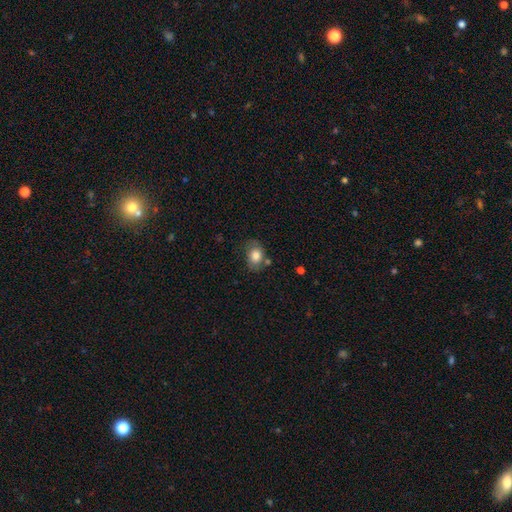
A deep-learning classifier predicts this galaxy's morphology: A smooth galaxy with no disk features (80%) that is in between round and cigar-shaped (62%).

Vote fractions:
- Smooth or featured? smooth: 80% / featured or disk: 12% / star or artifact: 8%
- How rounded? in between: 62% / round: 37% / cigar-shaped: 1%
- Merging? none: 61% / minor disturbance: 24% / major disturbance: 8% / merger: 7%